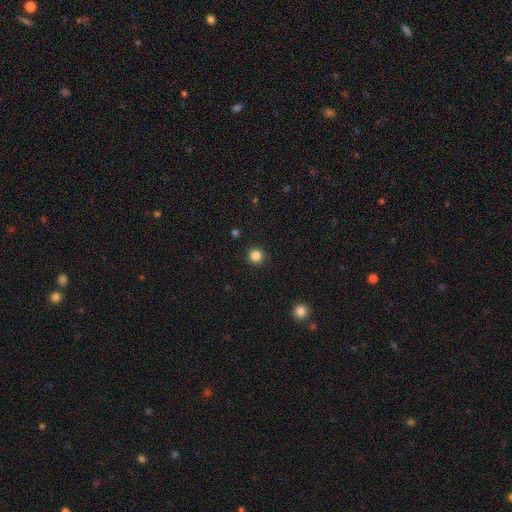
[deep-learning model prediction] A smooth galaxy with no disk features (85%) that is round (95%). Merging: none (92%).